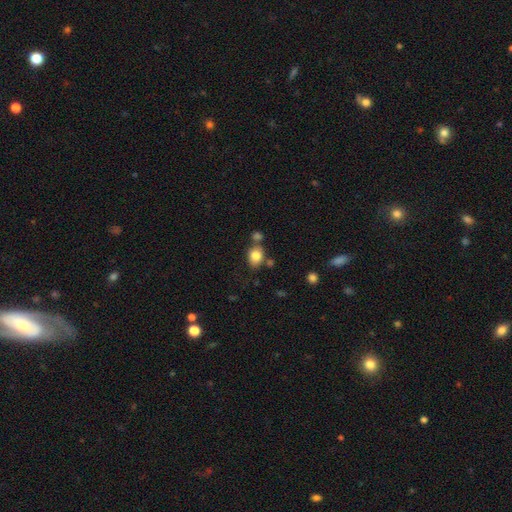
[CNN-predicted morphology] This is clearly a smooth galaxy (82%). How rounded: possibly in between (58%). Merging: likely none (64%).